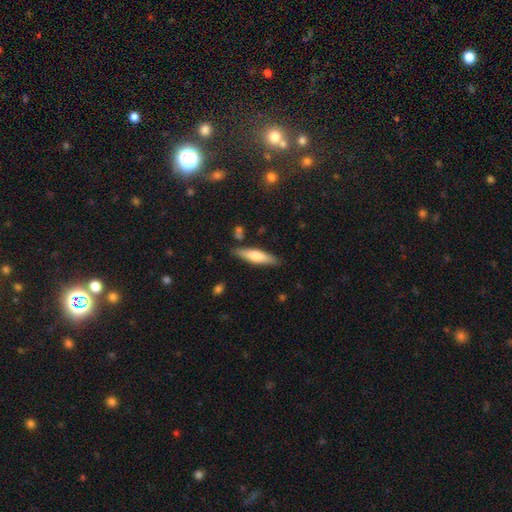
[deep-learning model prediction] smooth_or_featured: smooth (p=0.57) [alt: featured or disk p=0.38]
how_rounded: cigar-shaped (p=0.72) [alt: in between p=0.27]
merging: none (p=0.85) [alt: minor disturbance p=0.10]